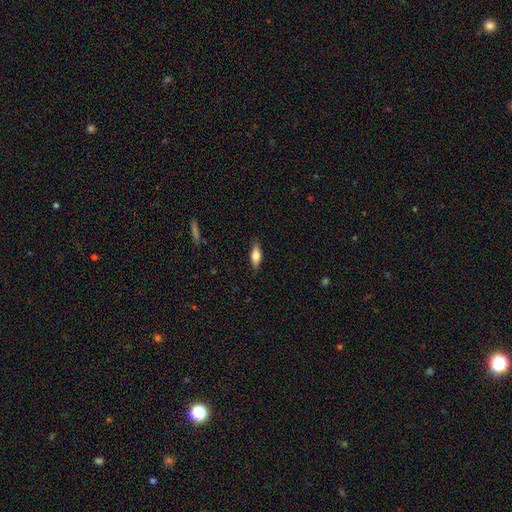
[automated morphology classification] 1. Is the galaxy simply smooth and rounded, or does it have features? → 66% smooth, 27% featured or disk, 7% star or artifact.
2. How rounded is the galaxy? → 62% in between, 34% cigar-shaped, 3% round.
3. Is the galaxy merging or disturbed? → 86% none, 11% minor disturbance, 2% major disturbance, 1% merger.